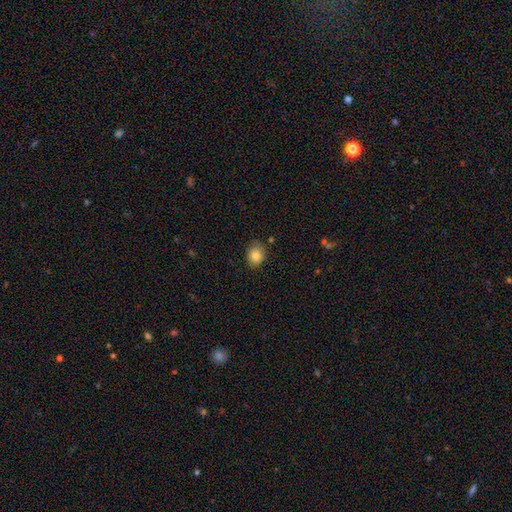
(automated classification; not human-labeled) A smooth galaxy with no disk features (82%) that is in between round and cigar-shaped (53%). Merging: none (77%).